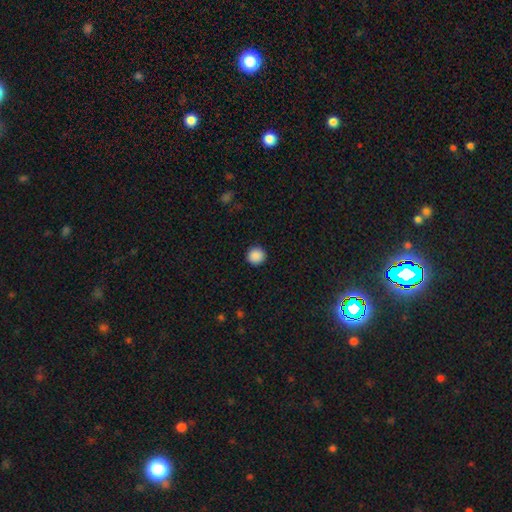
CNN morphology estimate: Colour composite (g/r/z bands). It shows a smooth galaxy with no disk features (89%) that is round (95%). Merging: none (93%).